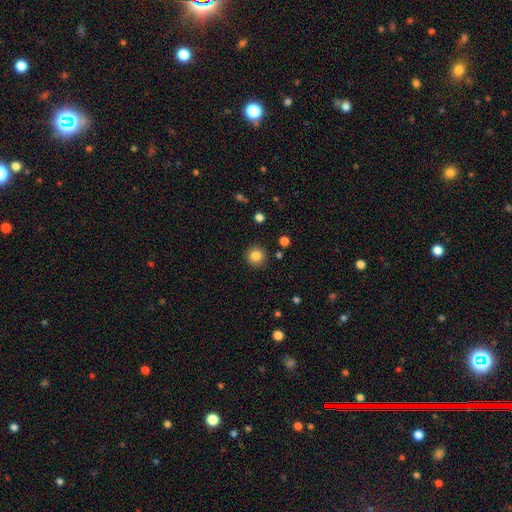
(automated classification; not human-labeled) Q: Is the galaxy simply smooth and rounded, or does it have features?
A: smooth — 85%.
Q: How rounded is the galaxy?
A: round — 94%.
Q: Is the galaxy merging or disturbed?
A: none — 90%.